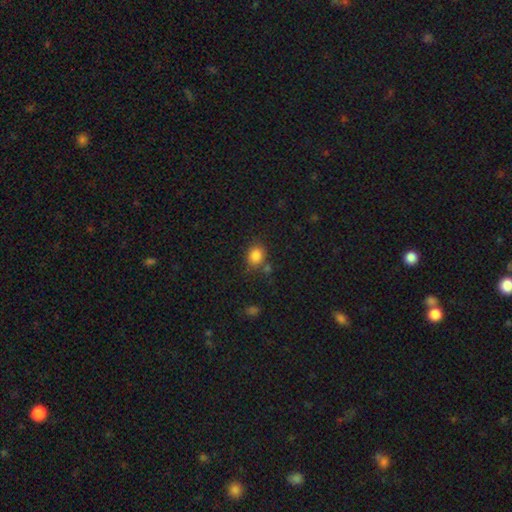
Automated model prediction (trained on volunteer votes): Morphology: type=smooth (84%); roundness=round (61%); merging=none (73%).